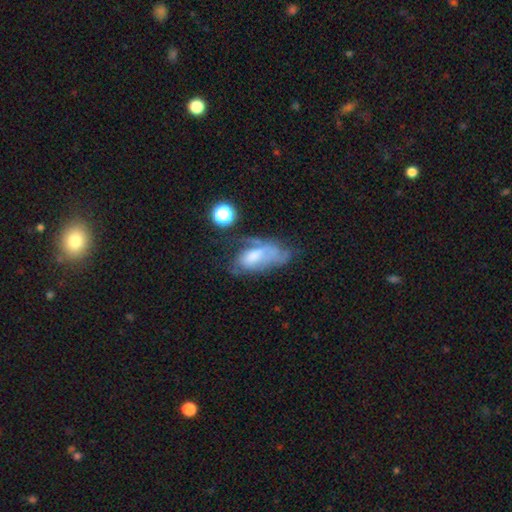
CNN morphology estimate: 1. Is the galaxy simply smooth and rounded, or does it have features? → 48% featured or disk, 40% smooth, 11% star or artifact.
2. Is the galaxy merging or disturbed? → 35% major disturbance, 29% none, 26% minor disturbance, 10% merger.